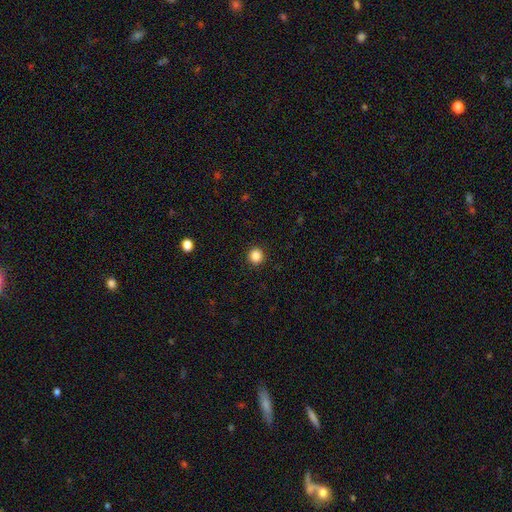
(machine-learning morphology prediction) smooth 86%, star or artifact 11%, featured or disk 3%. Down the decision tree: how rounded — round (93%); merging — none (93%).